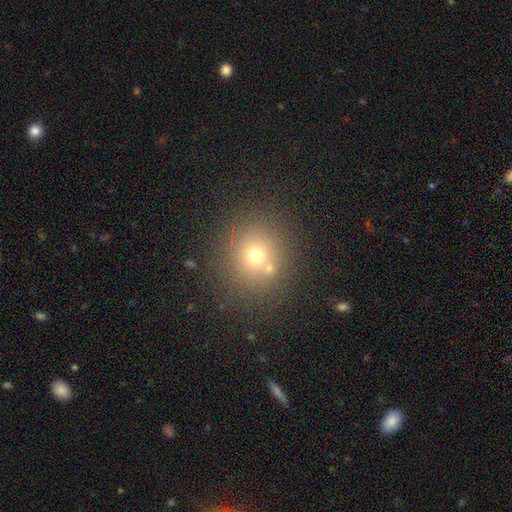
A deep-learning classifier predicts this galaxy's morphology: This appears to be a smooth galaxy with no disk features (67%) that is round (86%). Merging: none (75%).